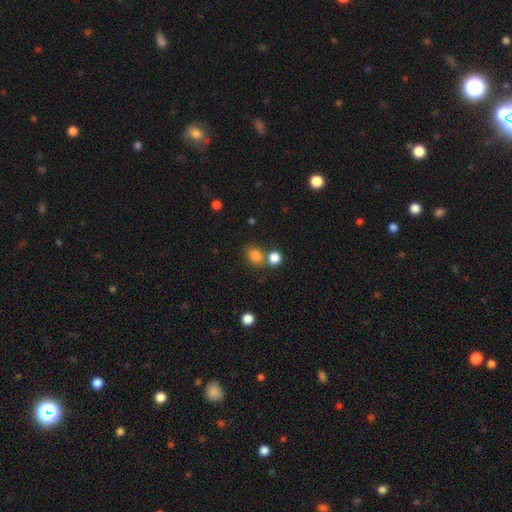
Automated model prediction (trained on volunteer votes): A smooth galaxy with no disk features (82%) that is round (55%). Merging: none (62%).